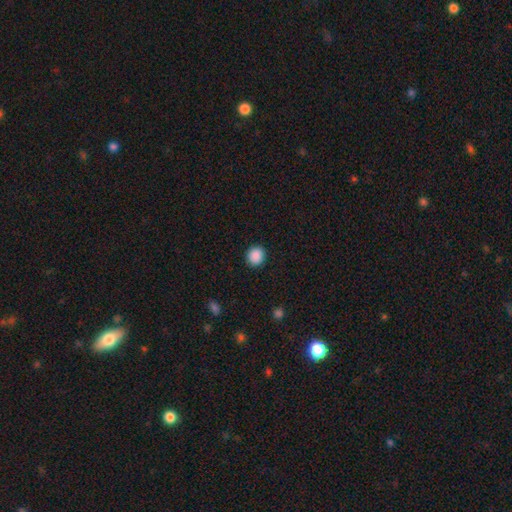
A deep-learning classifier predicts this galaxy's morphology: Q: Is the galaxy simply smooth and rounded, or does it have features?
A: smooth — 89%.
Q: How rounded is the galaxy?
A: round — 79%.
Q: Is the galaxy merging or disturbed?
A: none — 91%.